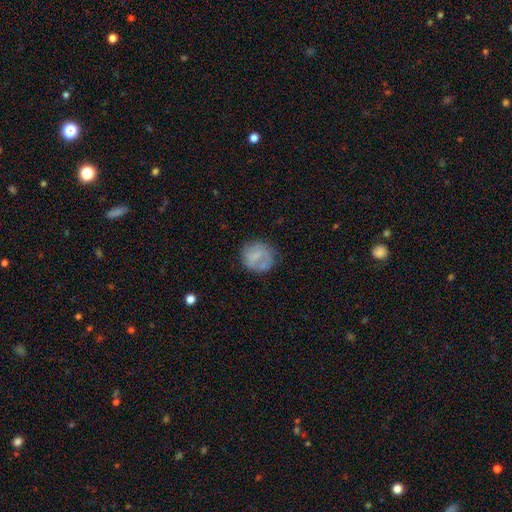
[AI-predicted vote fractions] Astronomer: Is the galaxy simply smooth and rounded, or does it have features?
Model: smooth — 65%.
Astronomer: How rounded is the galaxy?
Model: round — 85%.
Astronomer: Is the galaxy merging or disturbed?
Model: none — 64%.